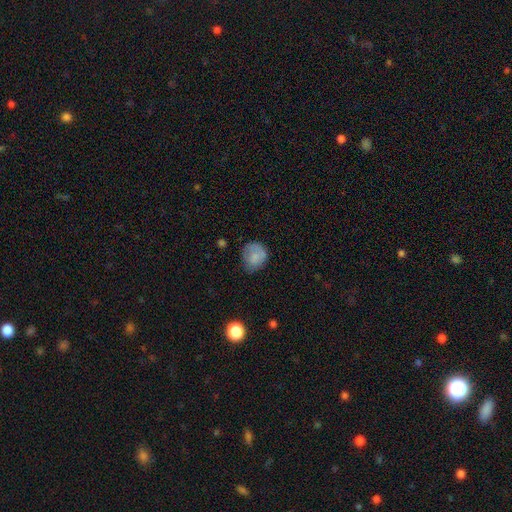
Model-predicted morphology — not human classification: Smooth or featured? Predicted: smooth (p=0.76). How rounded? Predicted: round (p=0.73). Merging? Predicted: none (p=0.57).